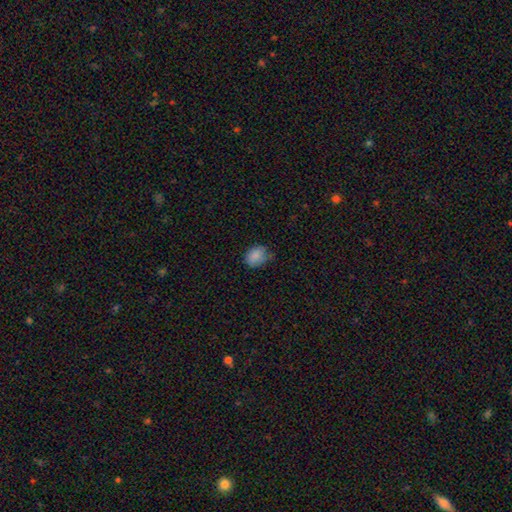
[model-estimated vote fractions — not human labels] Q: Smooth or featured?
A: smooth (85%); runner-up: star or artifact (9%)
Q: How rounded?
A: in between (56%); runner-up: round (43%)
Q: Merging?
A: none (62%); runner-up: minor disturbance (30%)